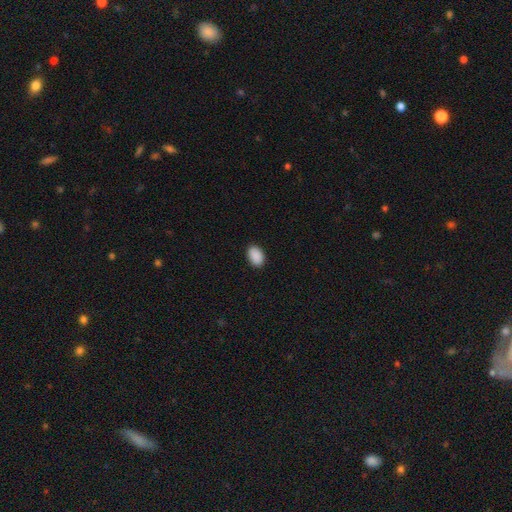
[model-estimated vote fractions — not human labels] smooth-or-featured: smooth: 91% | star or artifact: 7% | featured or disk: 2%
  how-rounded: in between: 88% | round: 10% | cigar-shaped: 1%
  merging: none: 89% | minor disturbance: 8% | major disturbance: 2% | merger: 1%